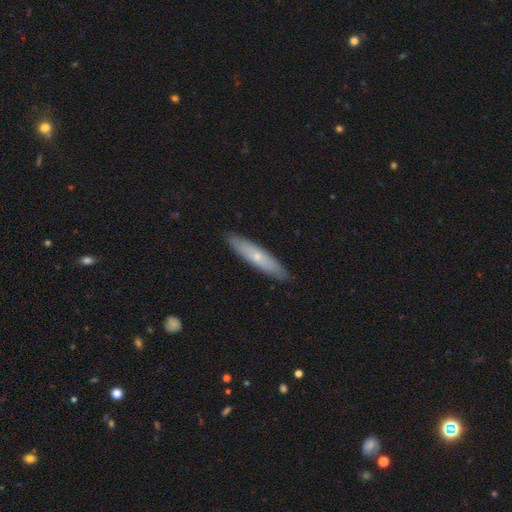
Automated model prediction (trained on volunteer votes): The model was most divided on "smooth or featured": smooth: 54%, featured or disk: 40%, star or artifact: 6%. More confident: merging — none (89%); how rounded — cigar-shaped (85%).